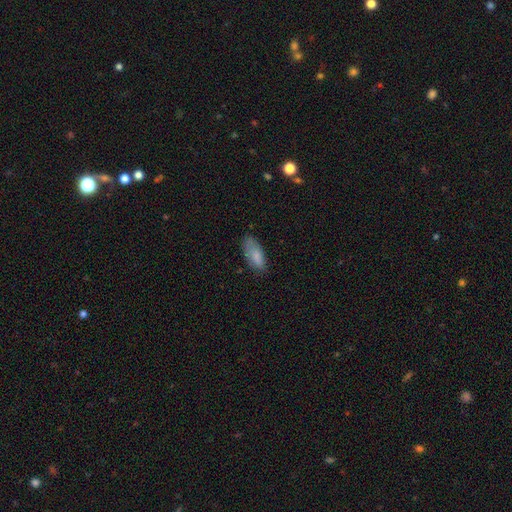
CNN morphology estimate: Smooth or featured: smooth — 81% (featured or disk — 12%)
How rounded: in between — 83% (cigar-shaped — 15%)
Merging: none — 65% (minor disturbance — 27%)